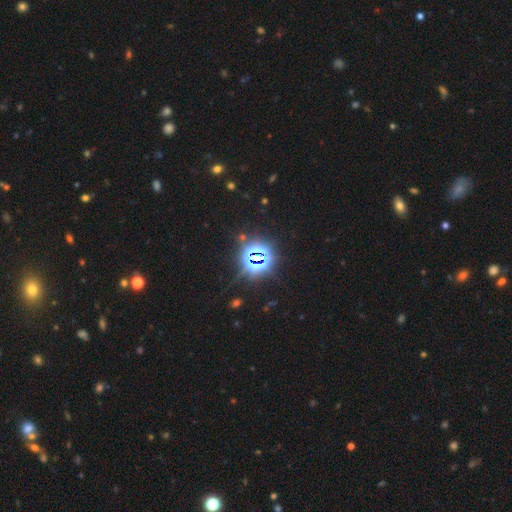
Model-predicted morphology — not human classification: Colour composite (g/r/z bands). It shows a star or artifact, not a galaxy (80%).